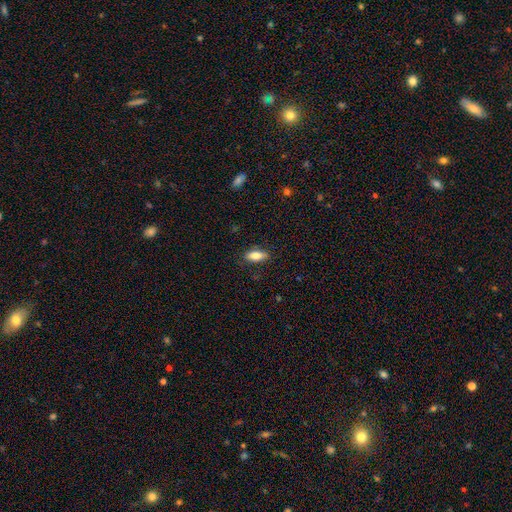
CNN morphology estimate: The model was most divided on "how rounded": in between: 78%, cigar-shaped: 20%, round: 3%. More confident: merging — none (84%); smooth or featured — smooth (78%).